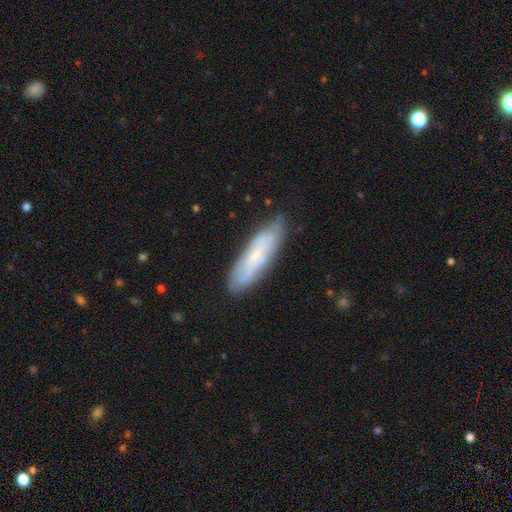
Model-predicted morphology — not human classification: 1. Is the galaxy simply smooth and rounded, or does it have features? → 49% smooth, 44% featured or disk, 7% star or artifact.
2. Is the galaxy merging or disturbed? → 77% none, 17% minor disturbance, 3% major disturbance, 2% merger.